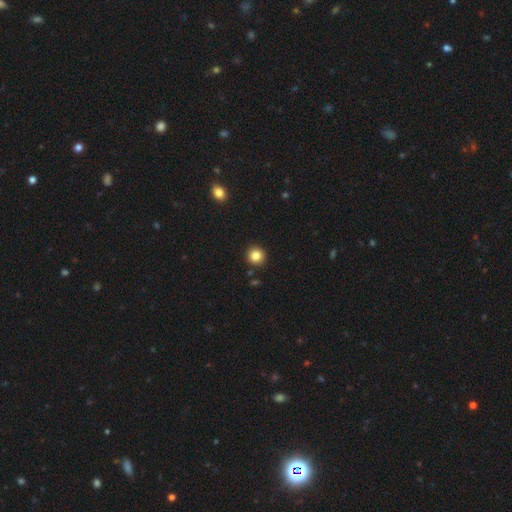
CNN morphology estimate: Smooth or featured: smooth — 85% (star or artifact — 11%)
How rounded: round — 93% (in between — 6%)
Merging: none — 91% (minor disturbance — 5%)